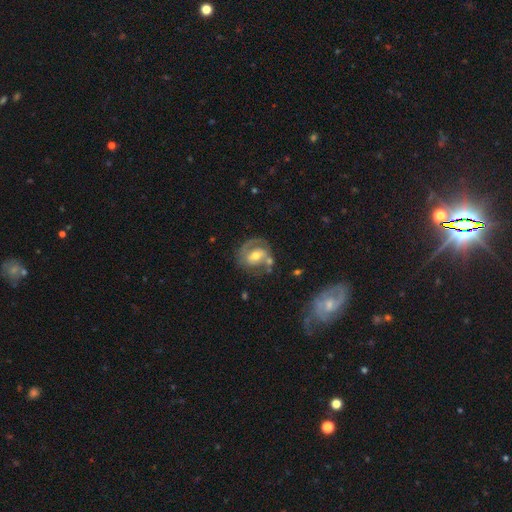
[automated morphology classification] Q: Smooth or featured?
A: featured or disk (72%); runner-up: smooth (22%)
Q: Edge-on disk?
A: no (96%); runner-up: yes (4%)
Q: Bar?
A: weak (43%); runner-up: strong (31%)
Q: Spiral arms?
A: yes (77%); runner-up: no (23%)
Q: Spiral winding?
A: medium (42%); runner-up: tight (41%)
Q: Spiral arm count?
A: 2 (59%); runner-up: 1 (23%)
Q: Bulge size?
A: moderate (68%); runner-up: small (23%)
Q: Merging?
A: none (56%); runner-up: minor disturbance (20%)